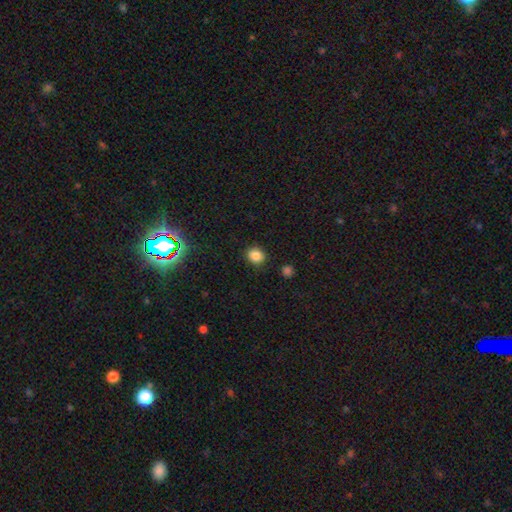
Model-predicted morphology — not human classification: A smooth galaxy with no disk features (84%) that is round (76%).

Vote fractions:
- Smooth or featured? smooth: 84% / star or artifact: 11% / featured or disk: 4%
- How rounded? round: 76% / in between: 23% / cigar-shaped: 1%
- Merging? none: 88% / minor disturbance: 8% / major disturbance: 2% / merger: 2%